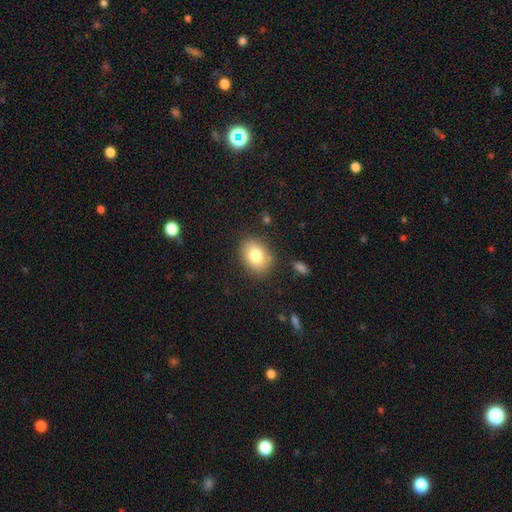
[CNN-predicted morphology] A smooth galaxy with no disk features (80%) that is in between round and cigar-shaped (65%).

Vote fractions:
- Smooth or featured? smooth: 80% / featured or disk: 11% / star or artifact: 9%
- How rounded? in between: 65% / round: 34% / cigar-shaped: 1%
- Merging? none: 82% / minor disturbance: 12% / major disturbance: 3% / merger: 3%